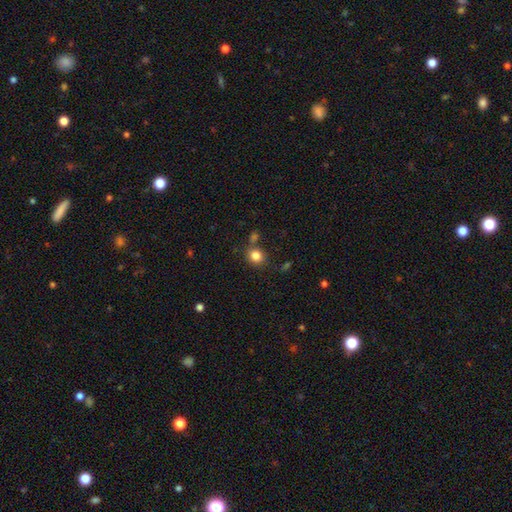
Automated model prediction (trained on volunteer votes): smooth-or-featured: smooth: 83% | star or artifact: 11% | featured or disk: 6%
  how-rounded: round: 76% | in between: 24% | cigar-shaped: 1%
  merging: none: 76% | minor disturbance: 11% | merger: 10% | major disturbance: 4%